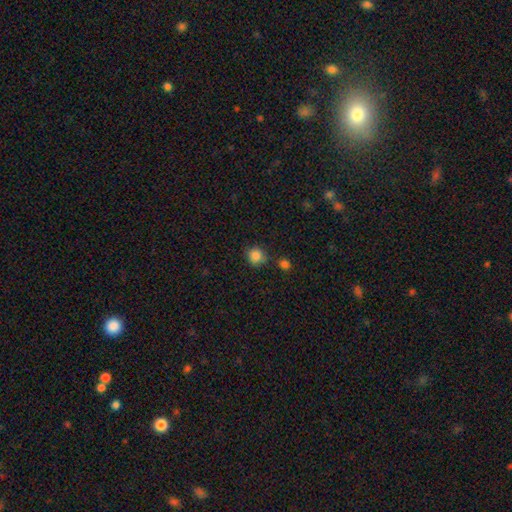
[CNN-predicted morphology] Smooth or featured? Predicted: smooth (p=0.85). How rounded? Predicted: round (p=0.90). Merging? Predicted: none (p=0.78).